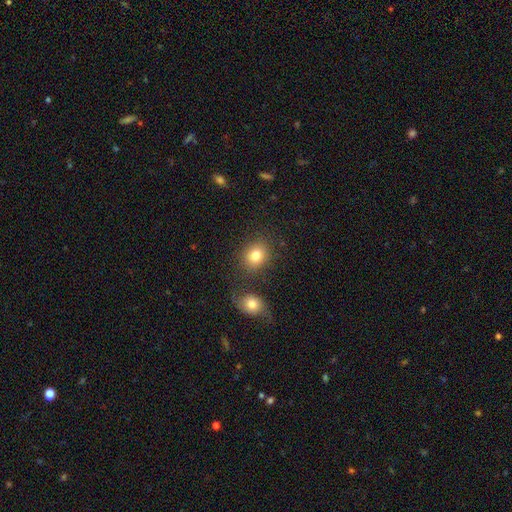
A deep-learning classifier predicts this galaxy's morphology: smooth-or-featured: smooth: 81% | star or artifact: 11% | featured or disk: 8%
  how-rounded: round: 67% | in between: 32% | cigar-shaped: 1%
  merging: none: 76% | merger: 10% | minor disturbance: 10% | major disturbance: 4%